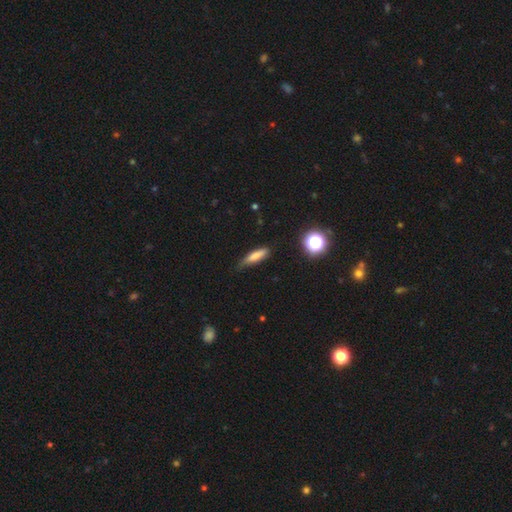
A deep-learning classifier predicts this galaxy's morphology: This is likely a smooth galaxy (75%). How rounded: likely cigar-shaped (67%). Merging: possibly none (59%).